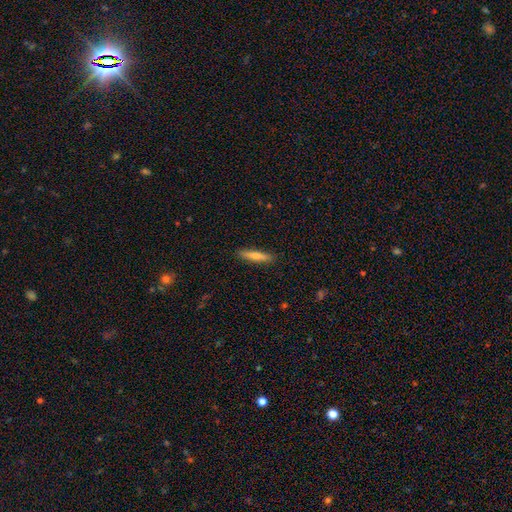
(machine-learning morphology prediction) This appears to be a smooth galaxy with no disk features (59%) that is cigar-shaped (89%). Merging: none (90%).